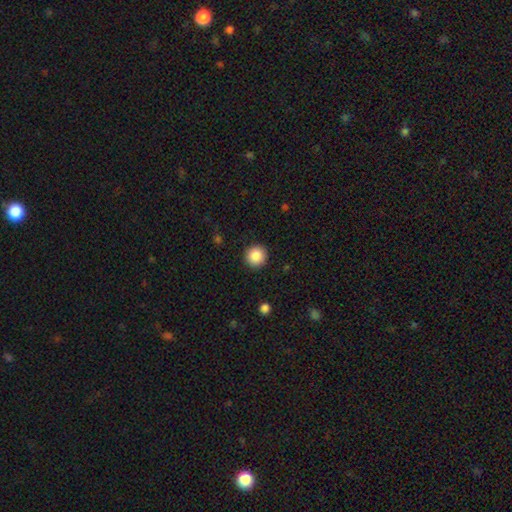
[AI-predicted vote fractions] This appears to be a smooth galaxy with no disk features (87%) that is round (94%). Merging: none (92%).